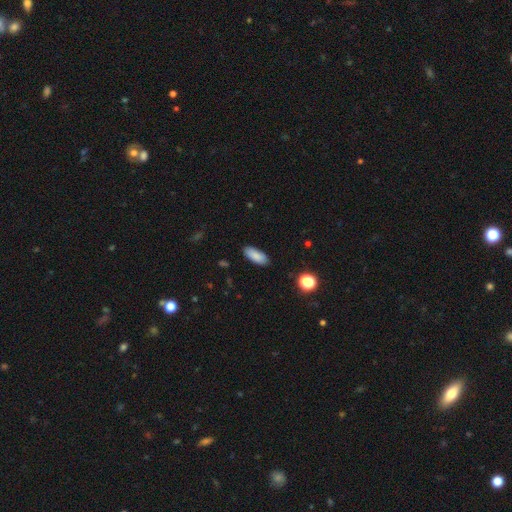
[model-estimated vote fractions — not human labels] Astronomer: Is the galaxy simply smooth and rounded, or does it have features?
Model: smooth — 87%.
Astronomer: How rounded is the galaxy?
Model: in between — 82%.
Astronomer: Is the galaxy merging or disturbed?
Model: none — 88%.